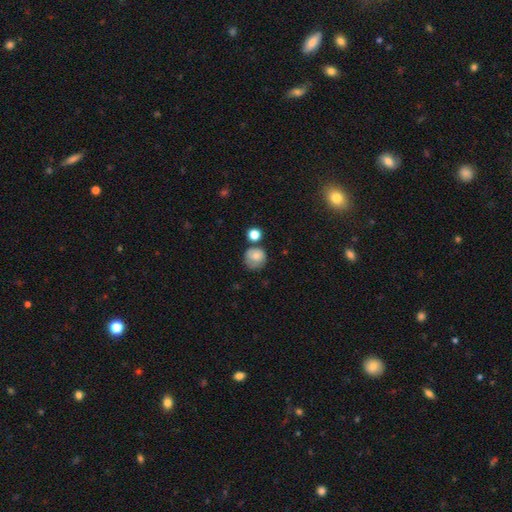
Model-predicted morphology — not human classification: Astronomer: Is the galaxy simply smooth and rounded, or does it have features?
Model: smooth — 77%.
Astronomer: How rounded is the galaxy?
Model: round — 84%.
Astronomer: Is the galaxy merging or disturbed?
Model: none — 57%.